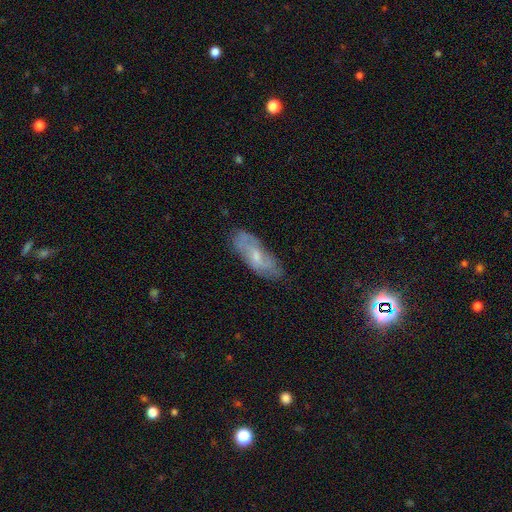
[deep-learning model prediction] A featured or disk galaxy (55%). Merging: none (72%).